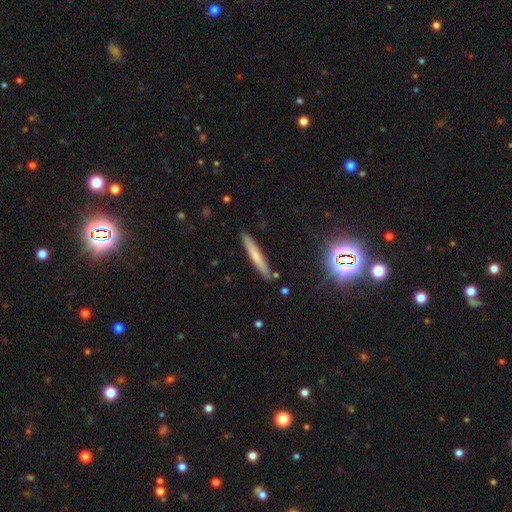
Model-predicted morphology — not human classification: The model was most divided on "smooth or featured": smooth: 59%, featured or disk: 32%, star or artifact: 10%. More confident: how rounded — cigar-shaped (95%); merging — none (89%).